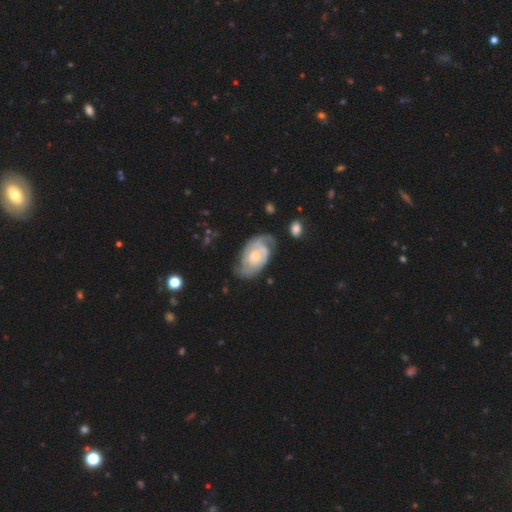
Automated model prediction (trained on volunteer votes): smooth-or-featured: featured or disk: 76% | smooth: 19% | star or artifact: 5%
  disk-edge-on: no: 96% | yes: 4%
    bar: no: 71% | weak: 25% | strong: 4%
    has-spiral-arms: yes: 89% | no: 11%
      spiral-winding: tight: 55% | medium: 34% | loose: 11%
      spiral-arm-count: 2: 47% | can't tell: 30% | 3: 10% | 1: 8% | 4: 3% | more than 4: 3%
    bulge-size: moderate: 55% | small: 32% | large: 9% | none: 3% | dominant: 1%
  merging: none: 58% | minor disturbance: 27% | major disturbance: 13% | merger: 3%